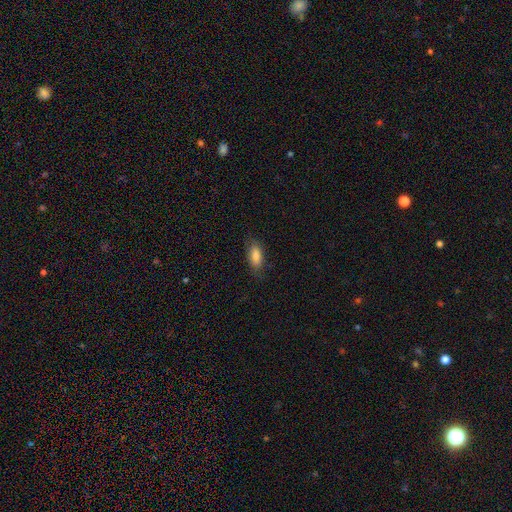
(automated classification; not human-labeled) Smooth or featured? smooth (83%)
How rounded? in between (80%)
Merging? none (78%)